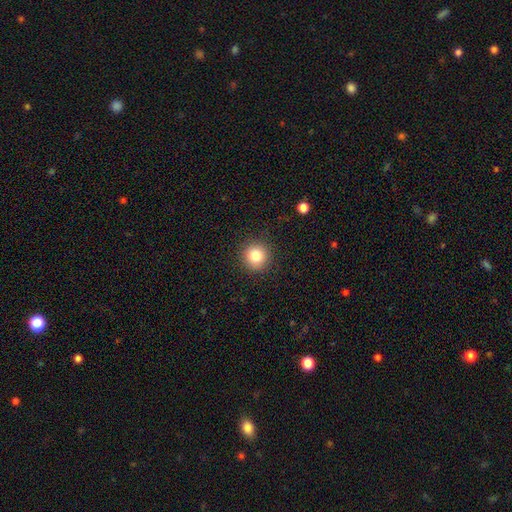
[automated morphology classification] smooth_or_featured: smooth (p=0.82) [alt: star or artifact p=0.11]
how_rounded: round (p=0.94) [alt: in between p=0.05]
merging: none (p=0.91) [alt: minor disturbance p=0.06]